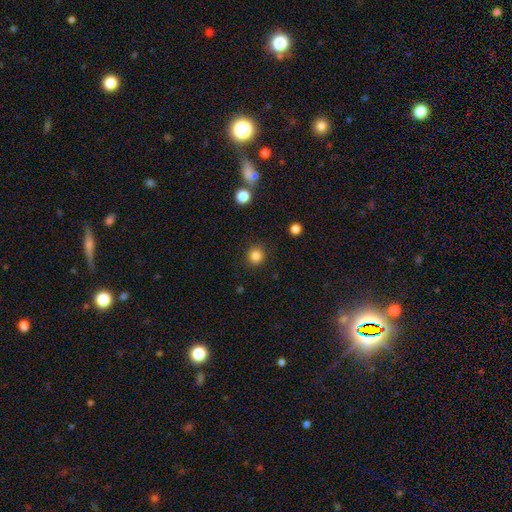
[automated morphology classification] smooth-or-featured: smooth: 84% | star or artifact: 12% | featured or disk: 4%
  how-rounded: round: 91% | in between: 8% | cigar-shaped: 1%
  merging: none: 90% | minor disturbance: 7% | major disturbance: 2% | merger: 1%